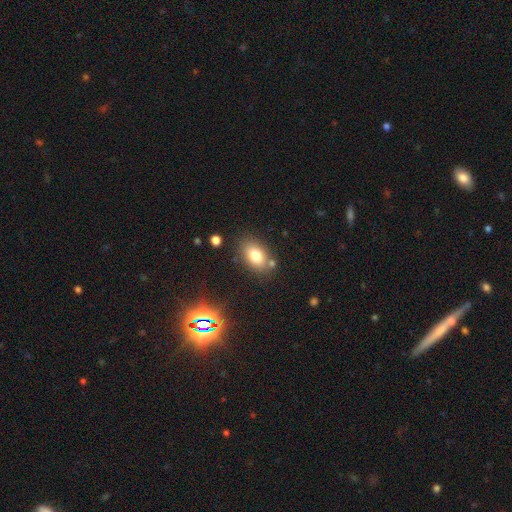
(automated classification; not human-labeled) This is likely a smooth galaxy (78%). How rounded: clearly in between (86%). Merging: likely none (75%).